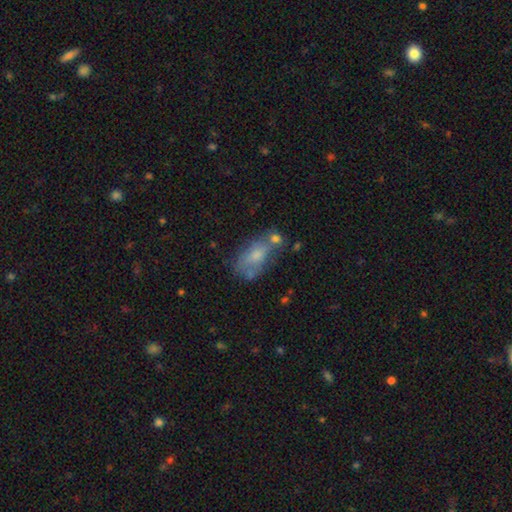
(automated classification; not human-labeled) Overall: smooth (61%; featured or disk 29%). How rounded: in between (86%). Merging: none (37%; merger 26%).